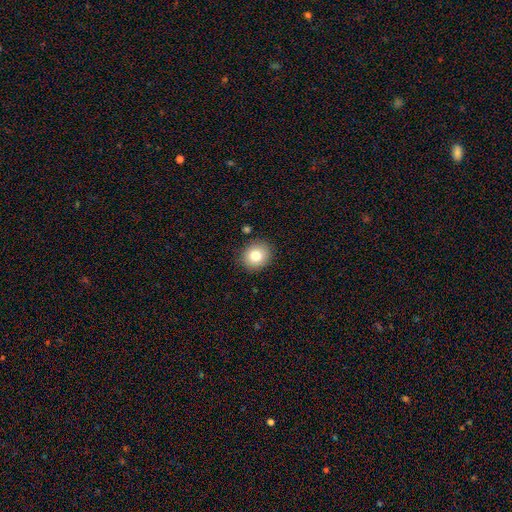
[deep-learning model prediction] The model was most divided on "how rounded": round: 80%, in between: 20%, cigar-shaped: 1%. More confident: merging — none (88%); smooth or featured — smooth (81%).